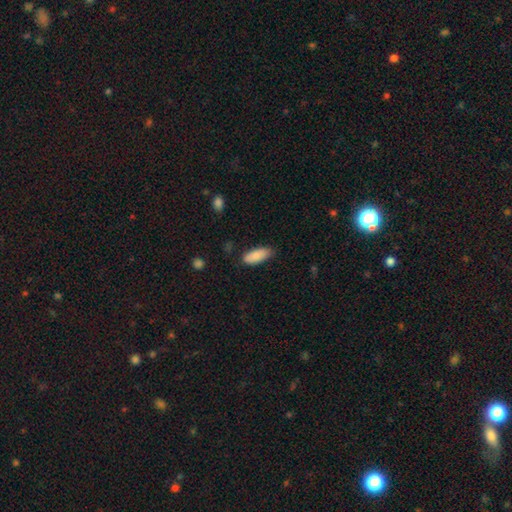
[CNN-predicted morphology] The model was most divided on "merging": none: 76%, minor disturbance: 19%, major disturbance: 3%, merger: 2%. More confident: smooth or featured — smooth (88%); how rounded — in between (81%).